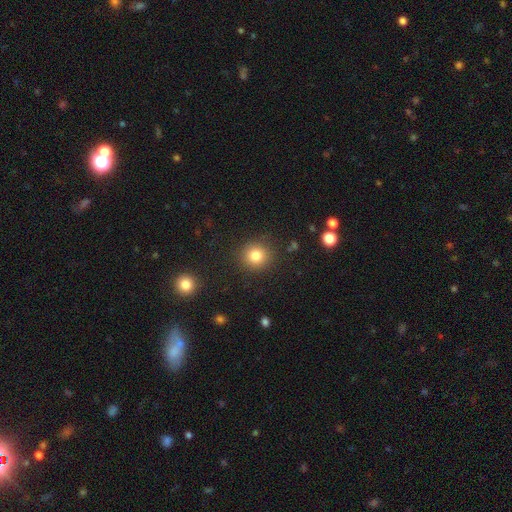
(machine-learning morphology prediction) Overall: smooth (81%). How rounded: round (89%). Merging: none (88%).